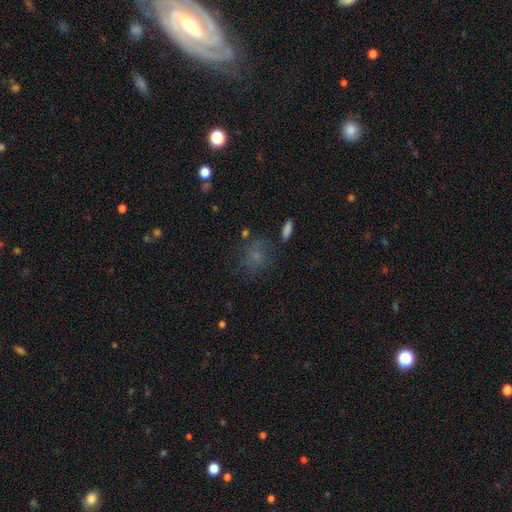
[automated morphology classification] Smooth or featured?
  - smooth: 55% *
  - star or artifact: 24%
  - featured or disk: 21%
How rounded?
  - round: 64% *
  - in between: 34%
  - cigar-shaped: 2%
Merging?
  - none: 62% *
  - minor disturbance: 19%
  - major disturbance: 14%
  - merger: 5%